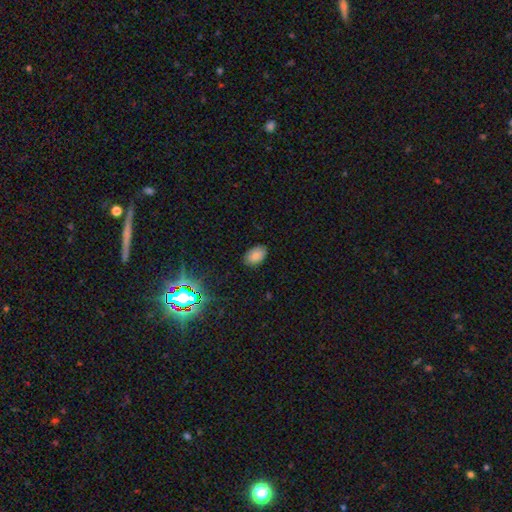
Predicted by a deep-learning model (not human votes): This appears to be a smooth galaxy with no disk features (81%) that is in between round and cigar-shaped (91%). Merging: none (86%).